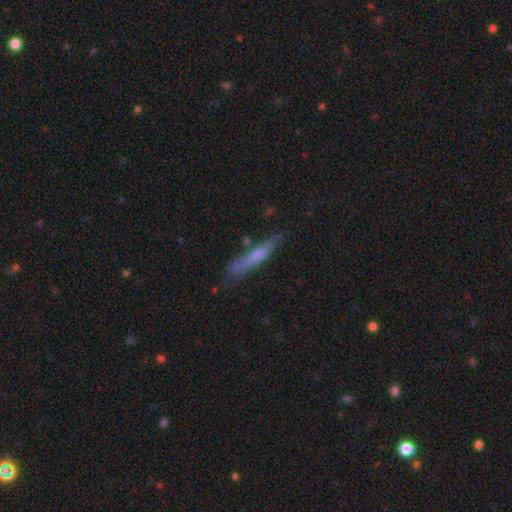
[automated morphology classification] This is possibly a smooth galaxy (49%). Merging: likely none (70%).